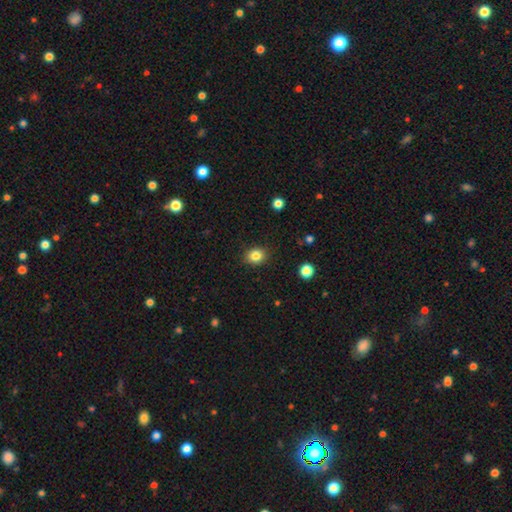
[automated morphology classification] Smooth or featured: smooth — 83% (star or artifact — 11%)
How rounded: round — 62% (in between — 37%)
Merging: none — 88% (minor disturbance — 9%)